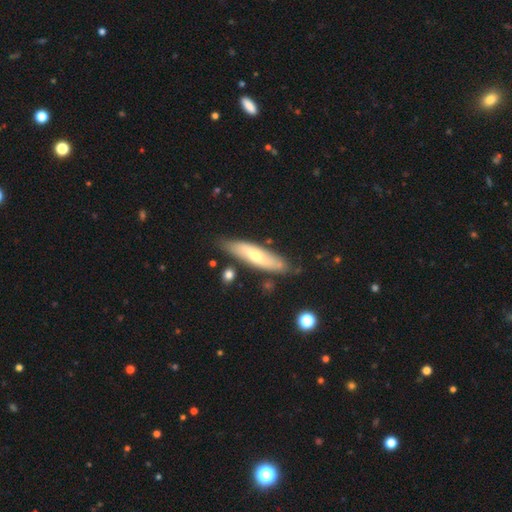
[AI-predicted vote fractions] This is possibly a featured or disk galaxy (50%). It is possibly viewed edge-on (51%). Merging: likely none (79%).